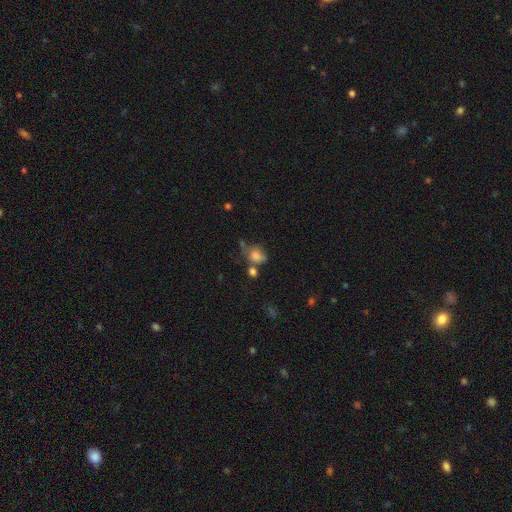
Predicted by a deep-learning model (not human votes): Smooth or featured: smooth — 77% (star or artifact — 12%)
How rounded: in between — 55% (round — 43%)
Merging: none — 35% (minor disturbance — 24%)